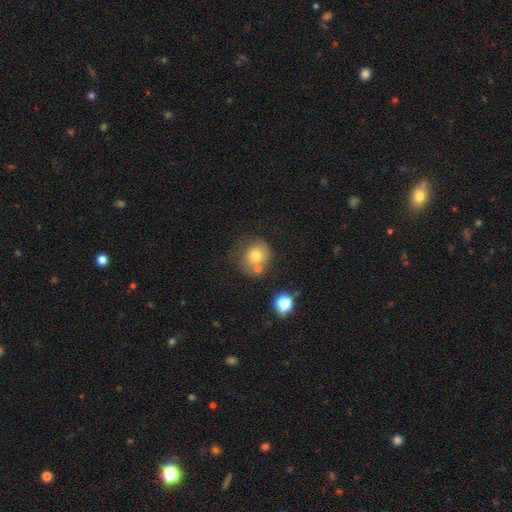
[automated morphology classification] Smooth or featured: smooth — 70% (featured or disk — 18%)
How rounded: round — 84% (in between — 16%)
Merging: none — 52% (merger — 24%)